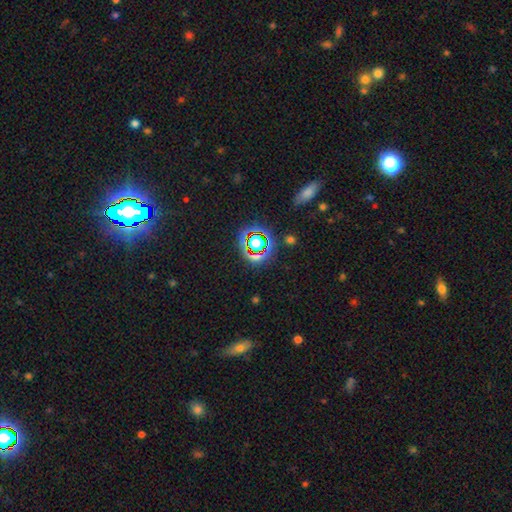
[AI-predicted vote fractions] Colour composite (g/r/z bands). It shows a star or artifact, not a galaxy (62%).